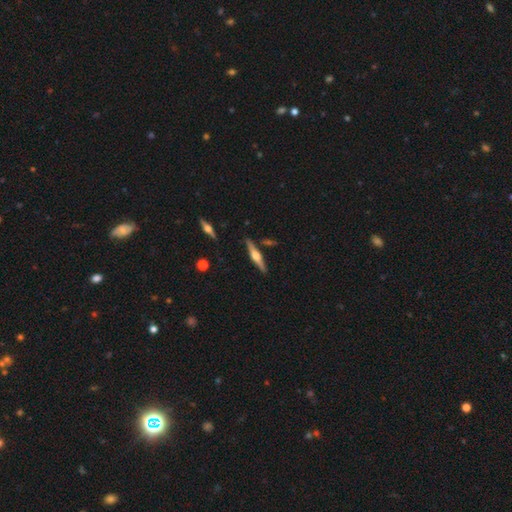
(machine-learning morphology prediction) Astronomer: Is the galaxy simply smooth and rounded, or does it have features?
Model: featured or disk — 72%.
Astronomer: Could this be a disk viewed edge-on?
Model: yes — 98%.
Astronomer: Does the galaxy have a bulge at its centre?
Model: rounded — 91%.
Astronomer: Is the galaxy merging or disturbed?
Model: none — 86%.